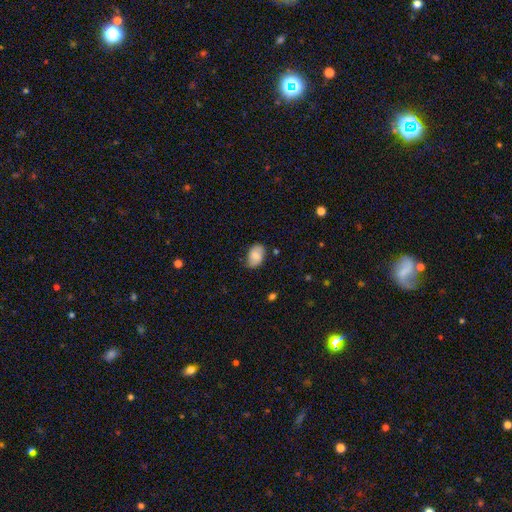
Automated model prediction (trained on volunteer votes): This appears to be a smooth galaxy with no disk features (73%) that is in between round and cigar-shaped (86%). Merging: none (77%).